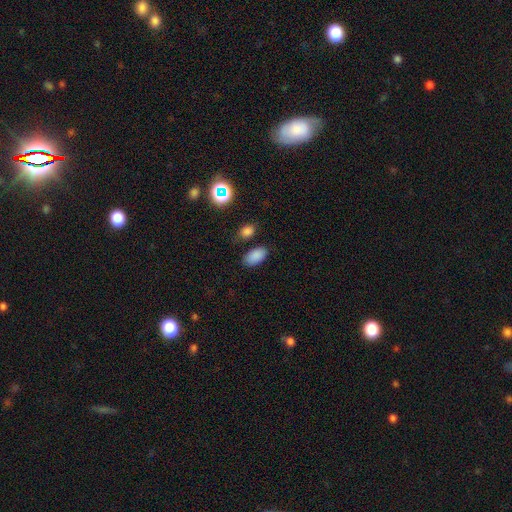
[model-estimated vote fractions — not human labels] Overall: smooth (85%). How rounded: in between (94%). Merging: none (79%).